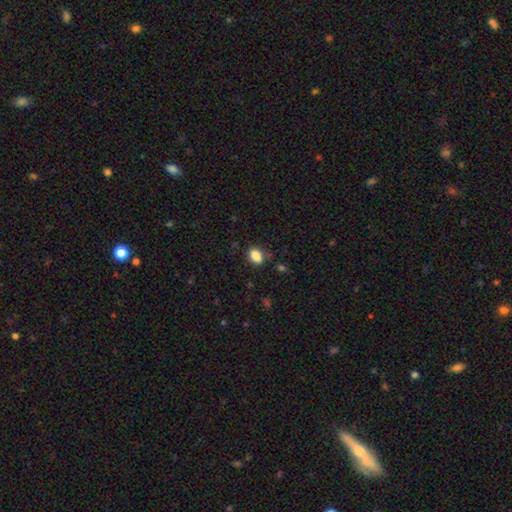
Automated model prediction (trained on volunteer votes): Smooth or featured? smooth (87%)
How rounded? in between (81%)
Merging? none (82%)